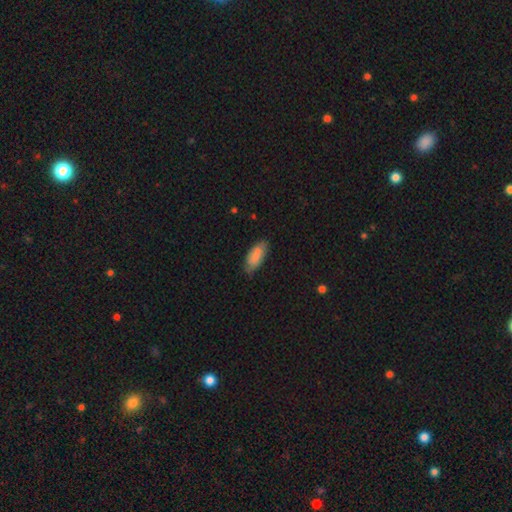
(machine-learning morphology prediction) This is clearly a smooth galaxy (82%). How rounded: clearly in between (82%). Merging: likely none (72%).